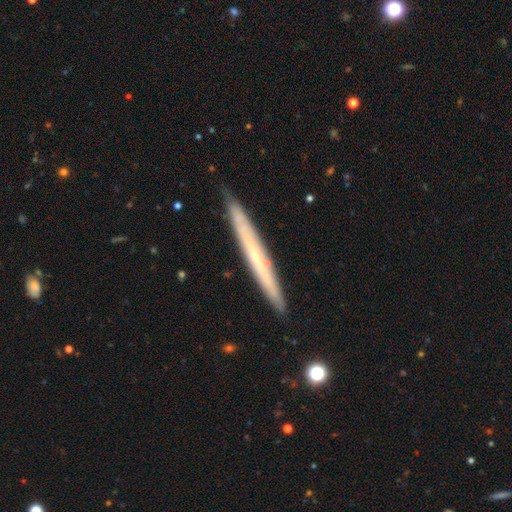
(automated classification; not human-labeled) featured or disk 60%, smooth 34%, star or artifact 6%. Down the decision tree: edge-on disk — yes (93%); edge-on bulge — none (74%); merging — none (90%).